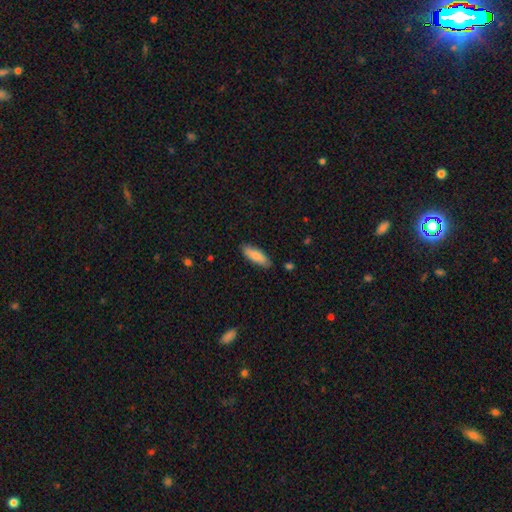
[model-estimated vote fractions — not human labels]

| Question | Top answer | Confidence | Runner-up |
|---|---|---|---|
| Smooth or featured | smooth | 80% | featured or disk (14%) |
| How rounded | in between | 62% | cigar-shaped (36%) |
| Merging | none | 84% | minor disturbance (12%) |